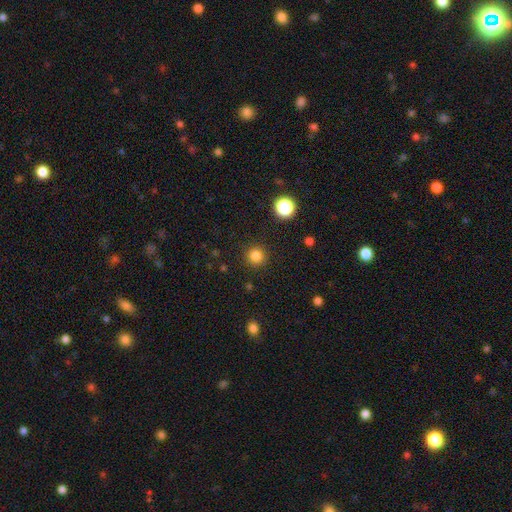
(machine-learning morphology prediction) Smooth or featured? smooth (82%)
How rounded? round (95%)
Merging? none (91%)